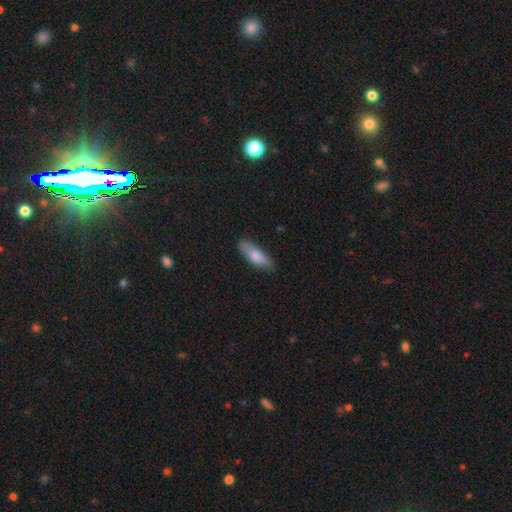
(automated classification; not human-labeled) smooth-or-featured: smooth: 78% | featured or disk: 16% | star or artifact: 6%
  how-rounded: in between: 51% | cigar-shaped: 47% | round: 2%
  merging: none: 79% | minor disturbance: 16% | major disturbance: 3% | merger: 1%